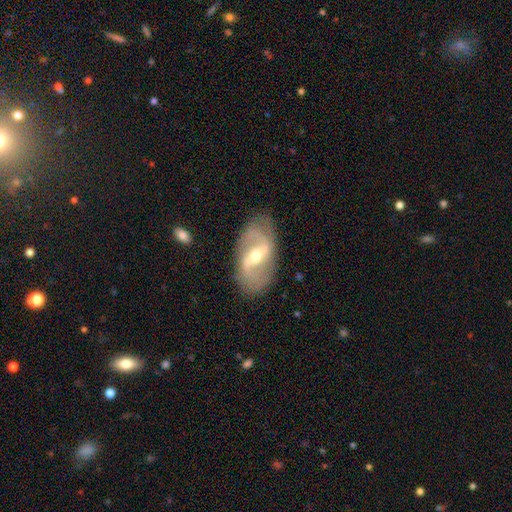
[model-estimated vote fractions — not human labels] This is clearly a featured or disk galaxy (82%). It is clearly not viewed edge-on (94%). Bar: marginally strong (45%). Spiral arm pattern: clearly yes (85%). Spiral arm count: clearly 2 (87%). Spiral winding: possibly loose (50%). Central bulge: likely moderate (62%). Merging: likely none (79%).